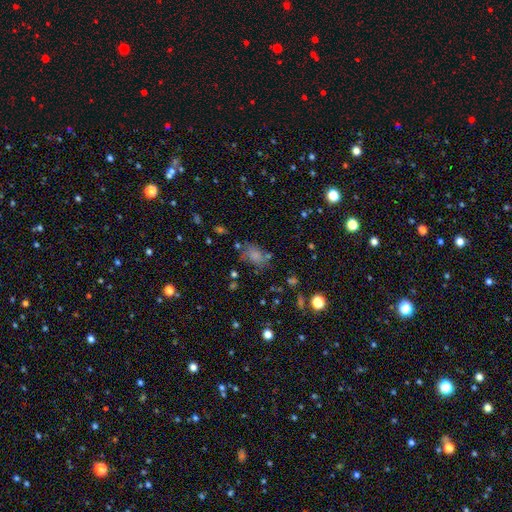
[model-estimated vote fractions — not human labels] smooth-or-featured: smooth: 72% | star or artifact: 16% | featured or disk: 12%
  how-rounded: in between: 78% | round: 19% | cigar-shaped: 2%
  merging: none: 58% | minor disturbance: 22% | major disturbance: 11% | merger: 9%